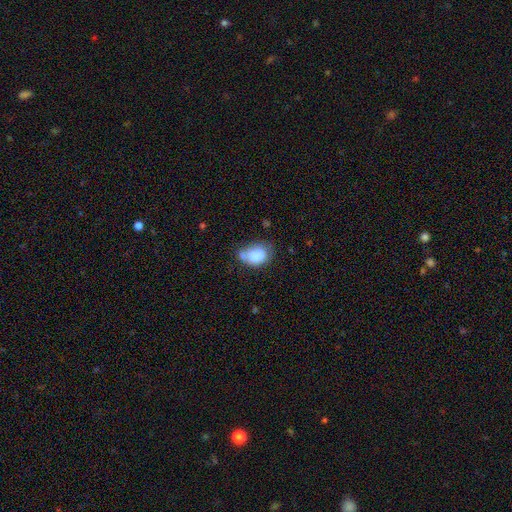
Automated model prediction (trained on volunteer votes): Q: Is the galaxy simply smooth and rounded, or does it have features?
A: smooth — 78%.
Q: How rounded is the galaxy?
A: in between — 73%.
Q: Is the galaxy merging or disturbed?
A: none — 37%.